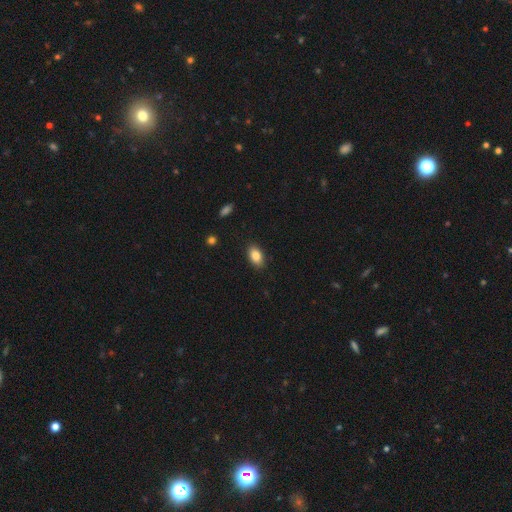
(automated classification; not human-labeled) smooth 84%, star or artifact 8%, featured or disk 7%. Down the decision tree: how rounded — in between (89%); merging — none (87%).